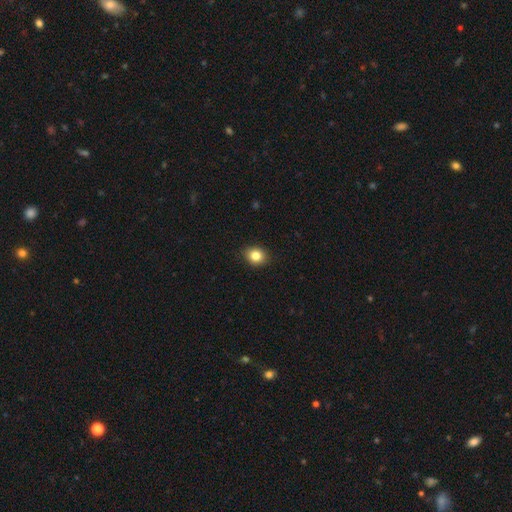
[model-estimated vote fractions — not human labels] smooth_or_featured: smooth (p=0.83) [alt: star or artifact p=0.10]
how_rounded: round (p=0.60) [alt: in between p=0.39]
merging: none (p=0.90) [alt: minor disturbance p=0.08]